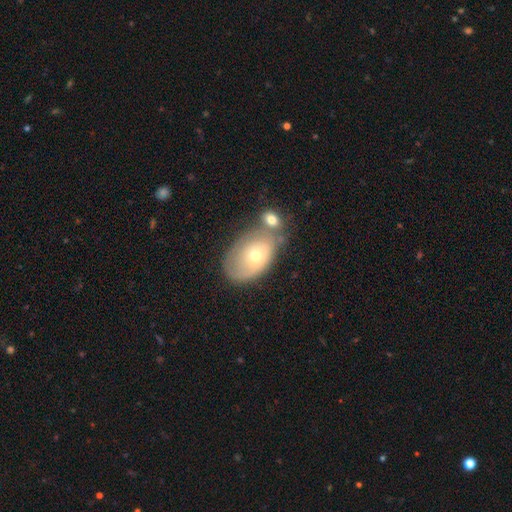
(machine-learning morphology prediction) A smooth galaxy with no disk features (46%).

Vote fractions:
- Smooth or featured? smooth: 46% / featured or disk: 45% / star or artifact: 8%
- Merging? none: 38% / merger: 33% / minor disturbance: 20% / major disturbance: 10%